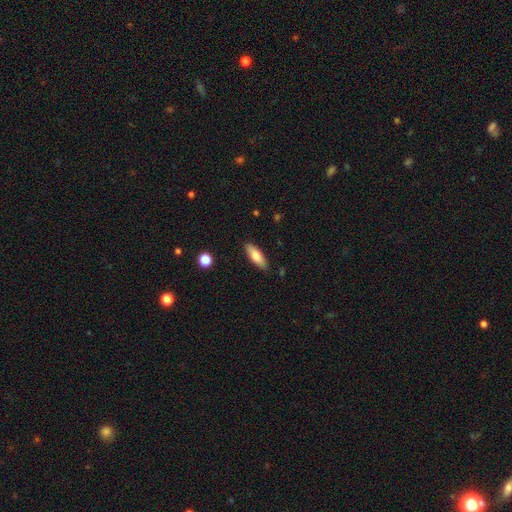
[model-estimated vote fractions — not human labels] The model was most divided on "how rounded": in between: 55%, cigar-shaped: 43%, round: 2%. More confident: merging — none (87%); smooth or featured — smooth (73%).